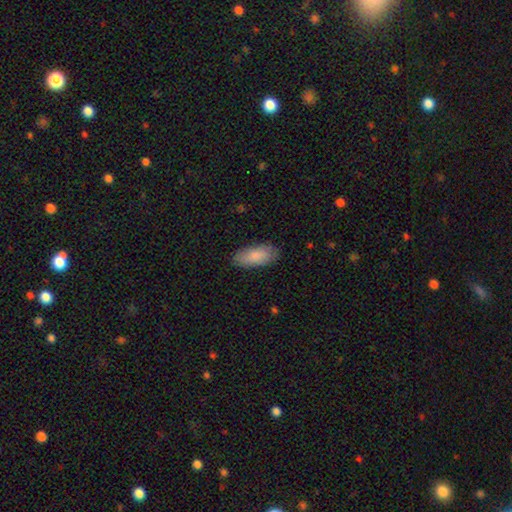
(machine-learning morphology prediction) Q: Smooth or featured?
A: smooth (86%); runner-up: featured or disk (8%)
Q: How rounded?
A: in between (86%); runner-up: cigar-shaped (12%)
Q: Merging?
A: none (83%); runner-up: minor disturbance (13%)